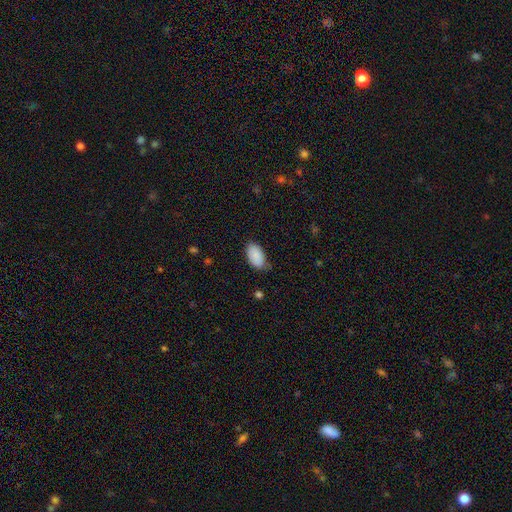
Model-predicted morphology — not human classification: Smooth or featured: smooth — 88% (star or artifact — 6%)
How rounded: in between — 94% (round — 4%)
Merging: none — 67% (minor disturbance — 27%)